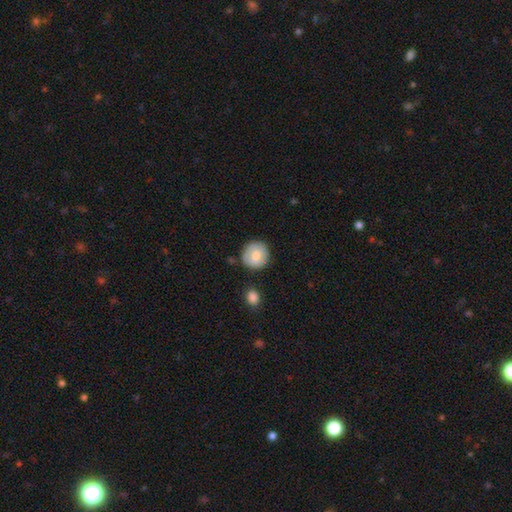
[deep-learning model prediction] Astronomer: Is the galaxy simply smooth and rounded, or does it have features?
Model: smooth — 75%.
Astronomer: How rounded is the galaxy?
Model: round — 91%.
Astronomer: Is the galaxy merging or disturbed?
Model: none — 80%.